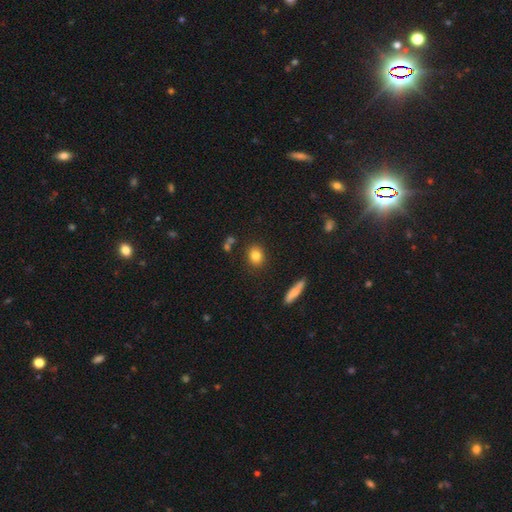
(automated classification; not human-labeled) smooth-or-featured: smooth: 82% | star or artifact: 10% | featured or disk: 8%
  how-rounded: round: 59% | in between: 38% | cigar-shaped: 2%
  merging: none: 85% | minor disturbance: 9% | merger: 3% | major disturbance: 2%